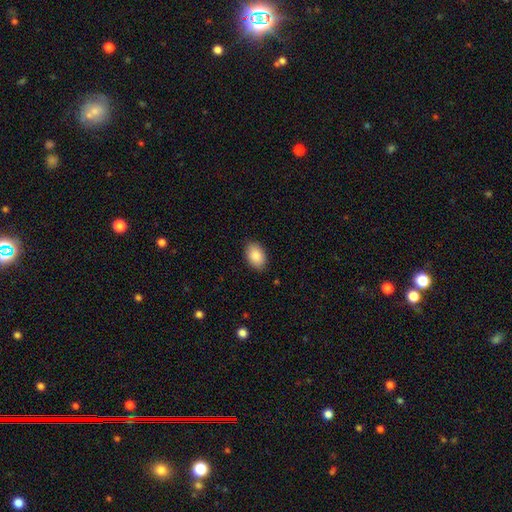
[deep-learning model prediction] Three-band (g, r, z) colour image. It shows a smooth galaxy with no disk features (89%) that is in between round and cigar-shaped (90%). Merging: none (87%).